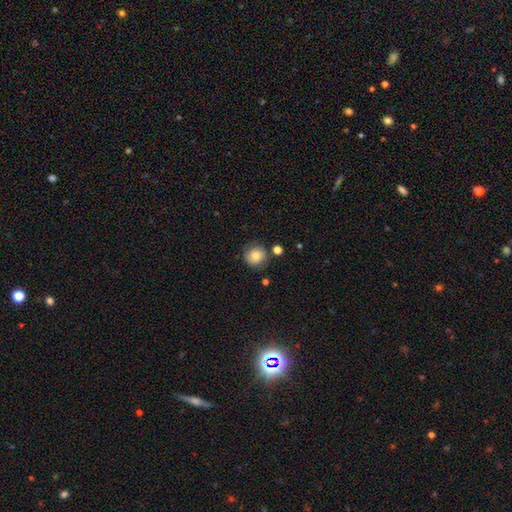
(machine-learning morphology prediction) Smooth or featured? Predicted: smooth (p=0.76). How rounded? Predicted: round (p=0.91). Merging? Predicted: none (p=0.77).